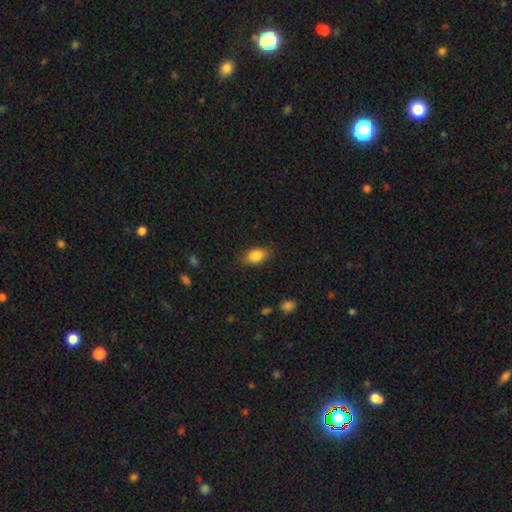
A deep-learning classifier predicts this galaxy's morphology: type=smooth (86%); roundness=in between (87%); merging=none (83%).